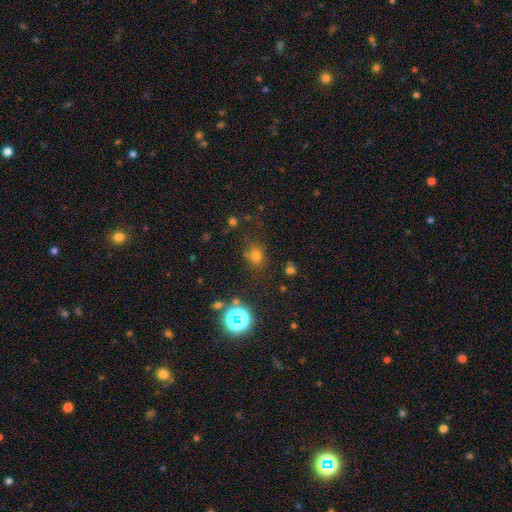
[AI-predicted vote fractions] A smooth galaxy with no disk features (65%) that is round (74%). Merging: none (78%).